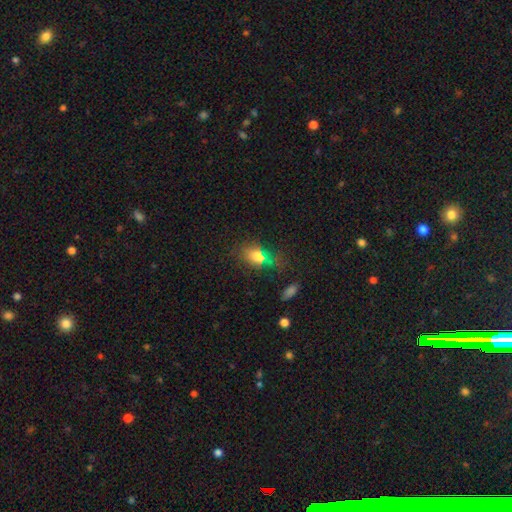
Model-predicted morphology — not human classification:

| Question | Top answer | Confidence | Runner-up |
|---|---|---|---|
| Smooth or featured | smooth | 69% | star or artifact (19%) |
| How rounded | in between | 68% | round (26%) |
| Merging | none | 55% | minor disturbance (21%) |